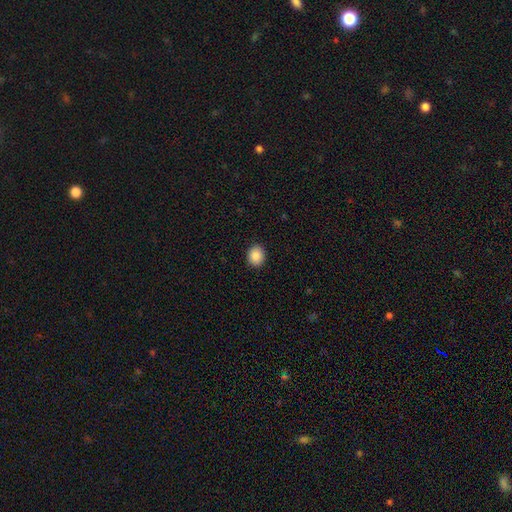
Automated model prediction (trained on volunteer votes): smooth-or-featured: smooth: 88% | star or artifact: 8% | featured or disk: 3%
  how-rounded: round: 59% | in between: 40% | cigar-shaped: 1%
  merging: none: 91% | minor disturbance: 7% | major disturbance: 2% | merger: 1%